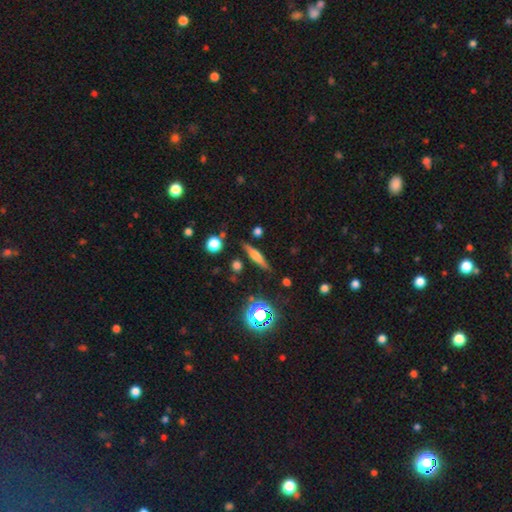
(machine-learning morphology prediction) smooth-or-featured: smooth: 46% | featured or disk: 41% | star or artifact: 13%
  merging: none: 83% | minor disturbance: 11% | merger: 3% | major disturbance: 3%